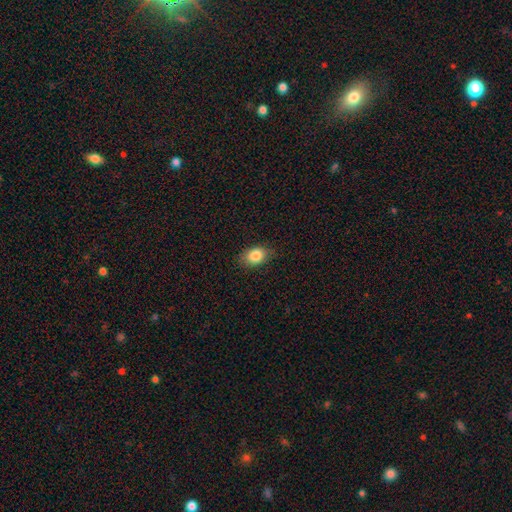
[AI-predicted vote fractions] This appears to be a smooth galaxy with no disk features (84%) that is in between round and cigar-shaped (71%). Merging: none (80%).